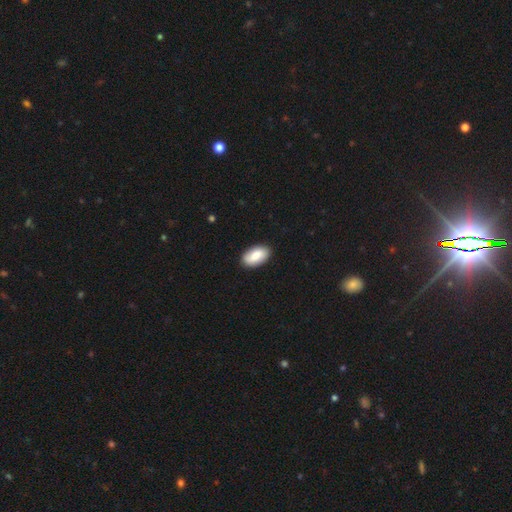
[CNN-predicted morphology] A smooth galaxy with no disk features (78%) that is in between round and cigar-shaped (94%). Merging: none (88%).